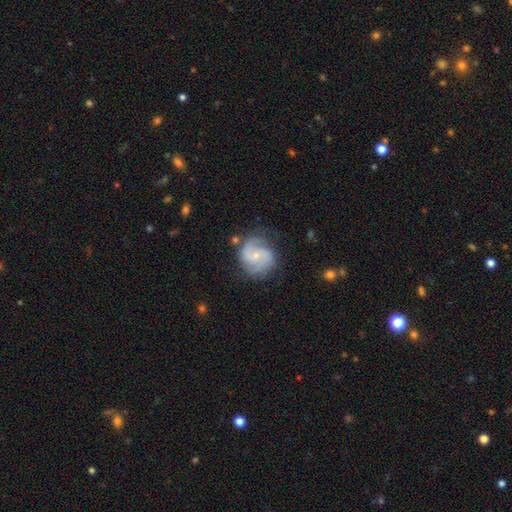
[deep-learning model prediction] Smooth or featured? Predicted: featured or disk (p=0.80). Edge-on disk? Predicted: no (p=0.98). Bar? Predicted: no (p=0.57). Spiral arms? Predicted: yes (p=0.95). Spiral winding? Predicted: medium (p=0.50). Spiral arm count? Predicted: 2 (p=0.78). Bulge size? Predicted: small (p=0.68). Merging? Predicted: none (p=0.70).